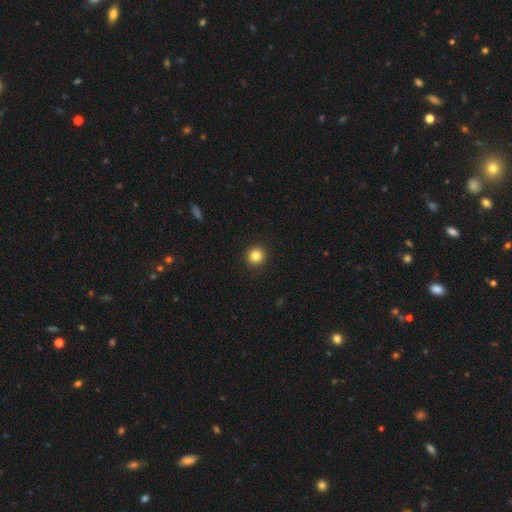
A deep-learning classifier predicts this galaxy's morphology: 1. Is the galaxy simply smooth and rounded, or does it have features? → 84% smooth, 11% star or artifact, 5% featured or disk.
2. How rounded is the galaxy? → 94% round, 5% in between, 1% cigar-shaped.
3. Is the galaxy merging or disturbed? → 93% none, 5% minor disturbance, 2% major disturbance, 1% merger.